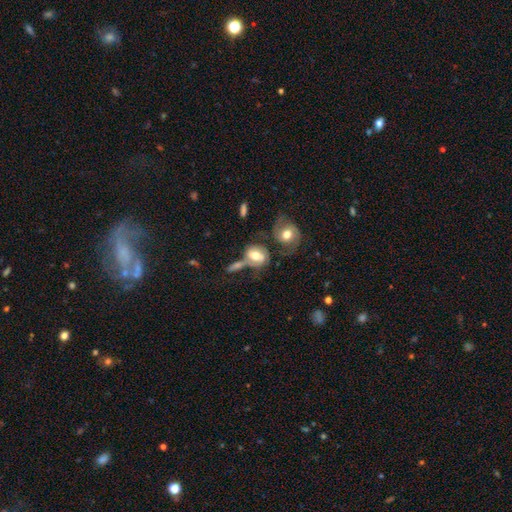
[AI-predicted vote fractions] A smooth galaxy with no disk features (48%).

Vote fractions:
- Smooth or featured? smooth: 48% / featured or disk: 43% / star or artifact: 8%
- Merging? merger: 39% / none: 33% / minor disturbance: 15% / major disturbance: 13%